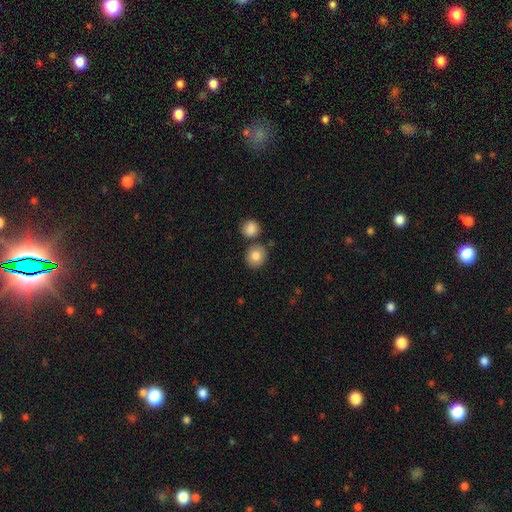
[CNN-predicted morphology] smooth 84%, star or artifact 9%, featured or disk 8%. Down the decision tree: how rounded — round (83%); merging — none (76%).